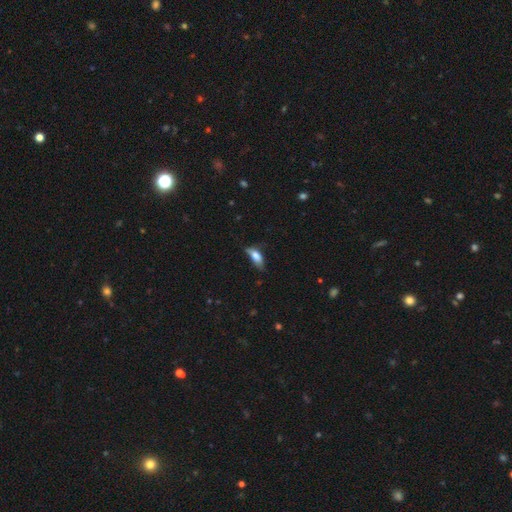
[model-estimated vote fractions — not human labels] Morphology: type=smooth (73%); roundness=in between (78%); merging=none (40%).